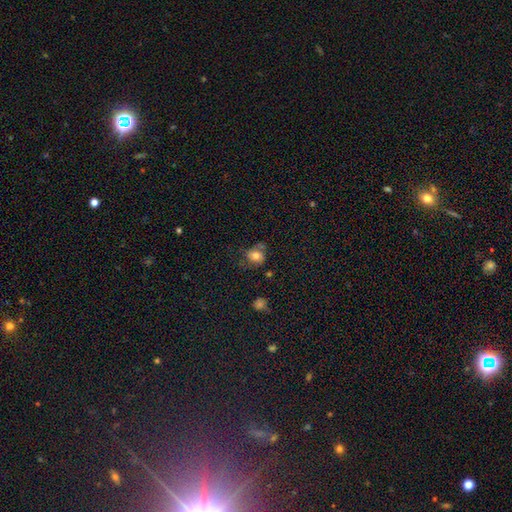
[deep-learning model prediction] Smooth or featured? smooth (69%)
How rounded? round (57%)
Merging? none (48%)